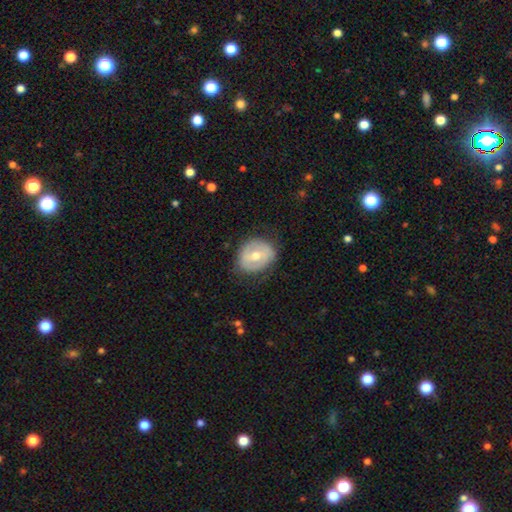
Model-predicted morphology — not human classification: featured or disk 53%, smooth 40%, star or artifact 7%. Down the decision tree: edge-on disk — no (95%); bar — weak (40%); spiral arms — no (68%); bulge size — moderate (70%); merging — none (76%).